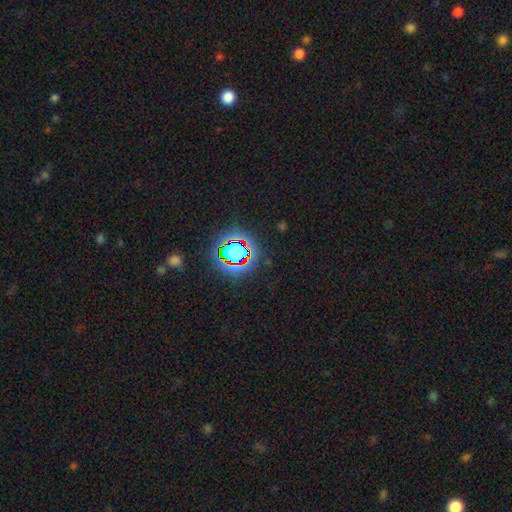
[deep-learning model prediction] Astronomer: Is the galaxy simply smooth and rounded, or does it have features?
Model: star or artifact — 81%.